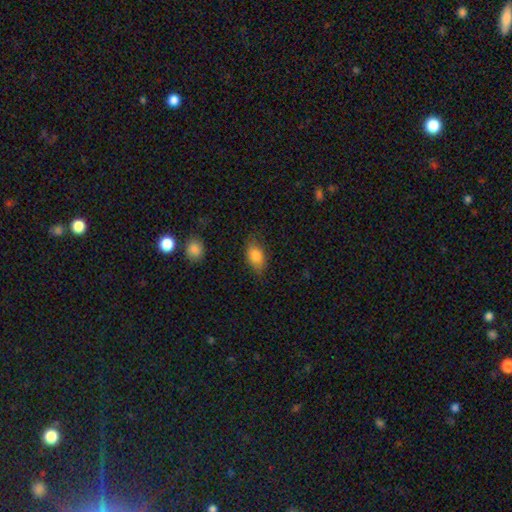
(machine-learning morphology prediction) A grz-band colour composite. It shows a smooth galaxy with no disk features (84%) that is in between round and cigar-shaped (88%). Merging: none (75%).